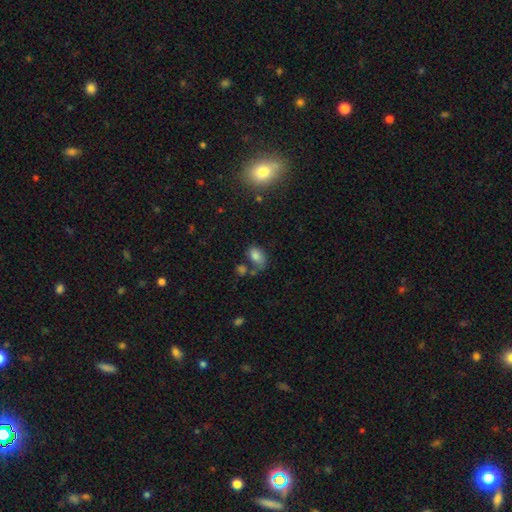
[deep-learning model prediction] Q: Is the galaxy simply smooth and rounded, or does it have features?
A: smooth — 79%.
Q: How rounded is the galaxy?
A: in between — 87%.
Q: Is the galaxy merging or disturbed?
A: none — 48%.